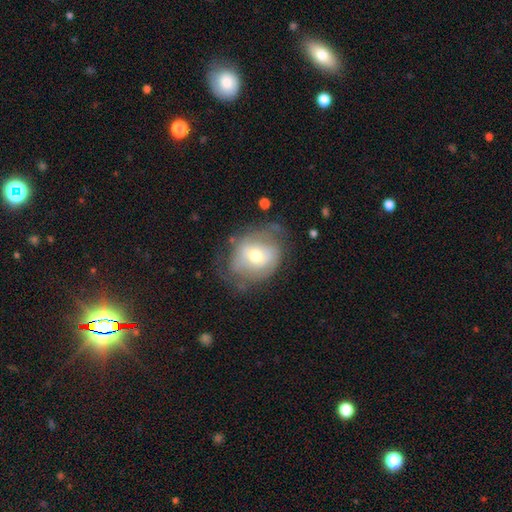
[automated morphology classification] This appears to be a featured or disk galaxy (55%) with no bar (63%), spiral arms (59%) and a moderate central bulge (67%). Merging: none (57%).